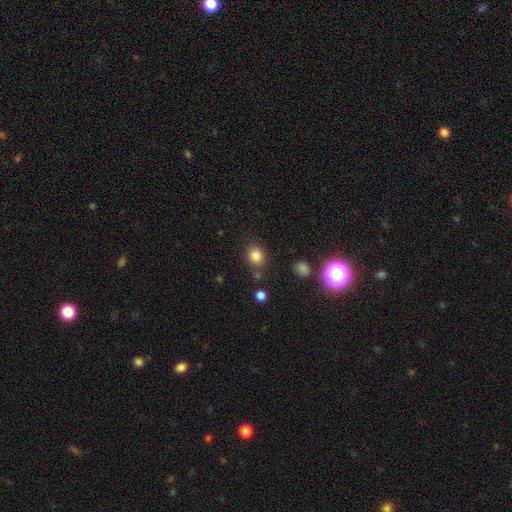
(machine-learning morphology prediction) Overall: smooth (83%). How rounded: round (67%; in between 32%). Merging: none (78%).